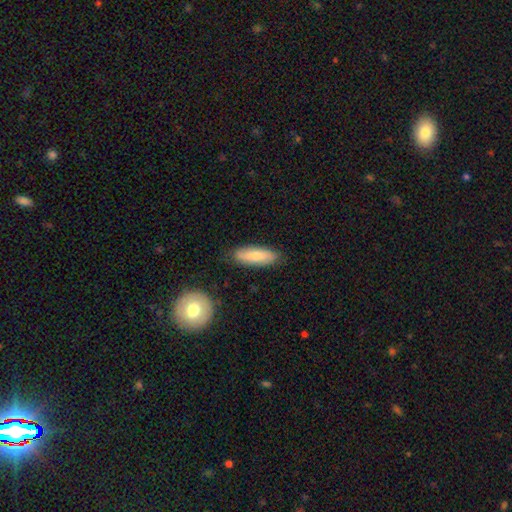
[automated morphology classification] A smooth galaxy with no disk features (76%) that is in between round and cigar-shaped (55%).

Vote fractions:
- Smooth or featured? smooth: 76% / featured or disk: 18% / star or artifact: 6%
- How rounded? in between: 55% / cigar-shaped: 43% / round: 2%
- Merging? none: 82% / minor disturbance: 13% / major disturbance: 2% / merger: 2%